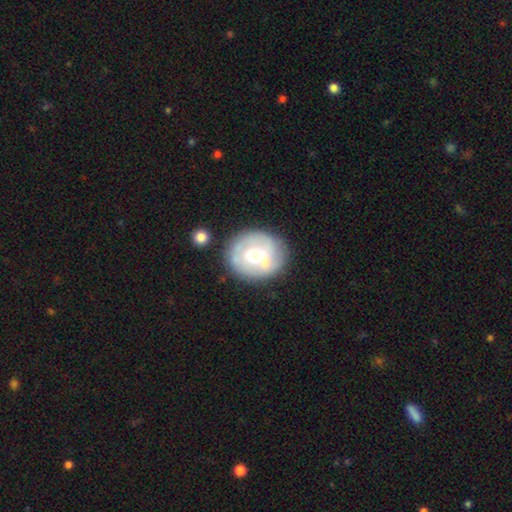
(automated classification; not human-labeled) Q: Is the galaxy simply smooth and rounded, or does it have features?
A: featured or disk — 46%, tied with smooth.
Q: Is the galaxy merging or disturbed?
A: none — 62%.